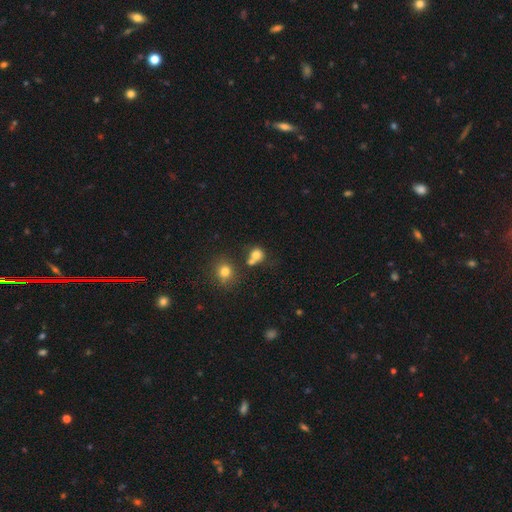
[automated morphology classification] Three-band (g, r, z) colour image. It shows a smooth galaxy with no disk features (77%) that is round (72%). Merging: none (43%).